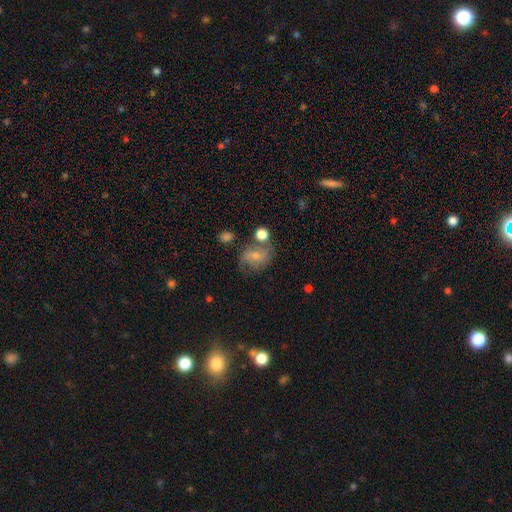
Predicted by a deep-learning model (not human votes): Smooth or featured: smooth — 53% (featured or disk — 36%)
How rounded: round — 60% (in between — 39%)
Merging: none — 53% (minor disturbance — 21%)